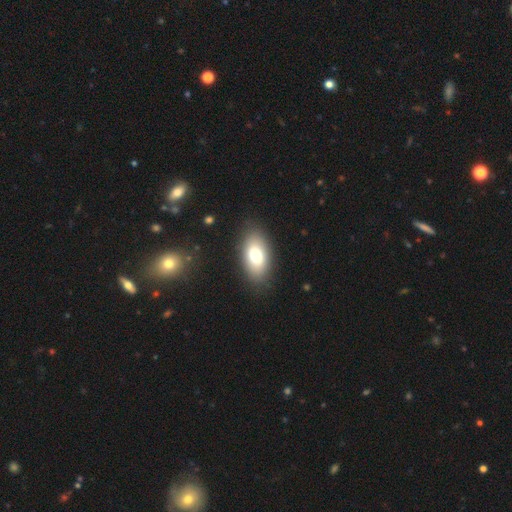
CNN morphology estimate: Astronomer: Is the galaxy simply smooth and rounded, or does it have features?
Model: smooth — 74%.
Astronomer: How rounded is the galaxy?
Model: in between — 91%.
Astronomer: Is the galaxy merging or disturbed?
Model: none — 86%.